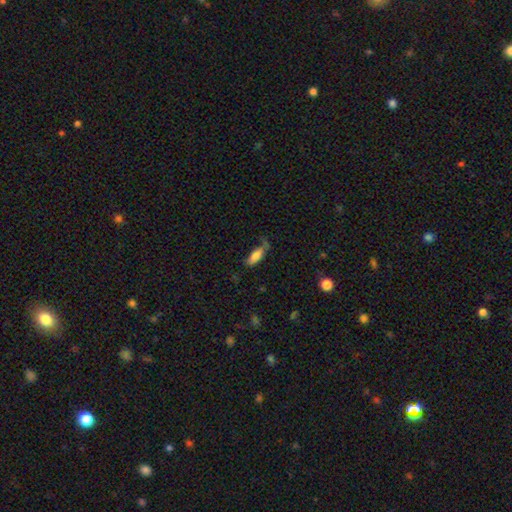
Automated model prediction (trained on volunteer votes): A smooth galaxy with no disk features (78%) that is in between round and cigar-shaped (70%).

Vote fractions:
- Smooth or featured? smooth: 78% / featured or disk: 14% / star or artifact: 7%
- How rounded? in between: 70% / cigar-shaped: 27% / round: 2%
- Merging? none: 49% / minor disturbance: 30% / major disturbance: 17% / merger: 5%